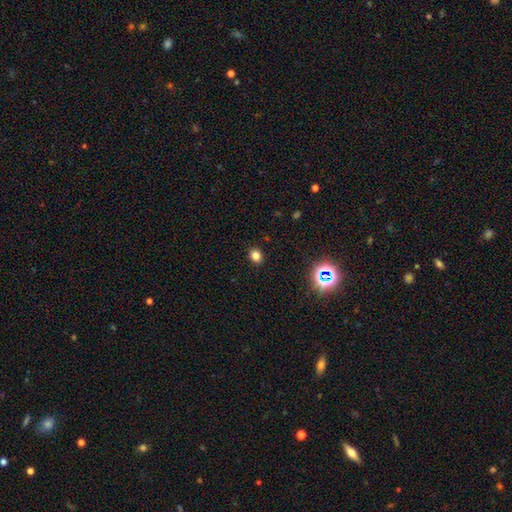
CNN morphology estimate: Q: Smooth or featured?
A: smooth (79%); runner-up: star or artifact (16%)
Q: How rounded?
A: round (60%); runner-up: in between (39%)
Q: Merging?
A: none (90%); runner-up: minor disturbance (7%)